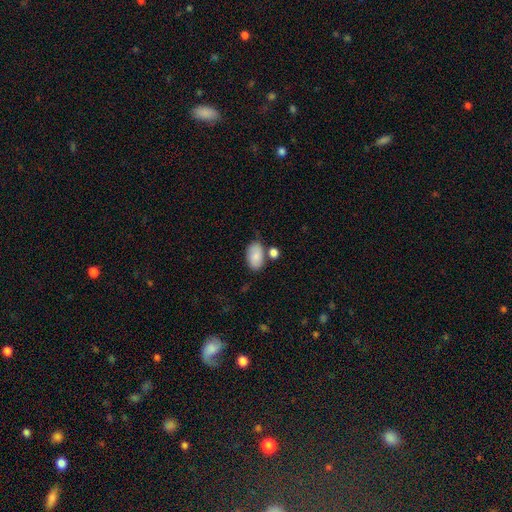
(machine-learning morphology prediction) Overall: smooth (86%). How rounded: in between (93%). Merging: none (64%).